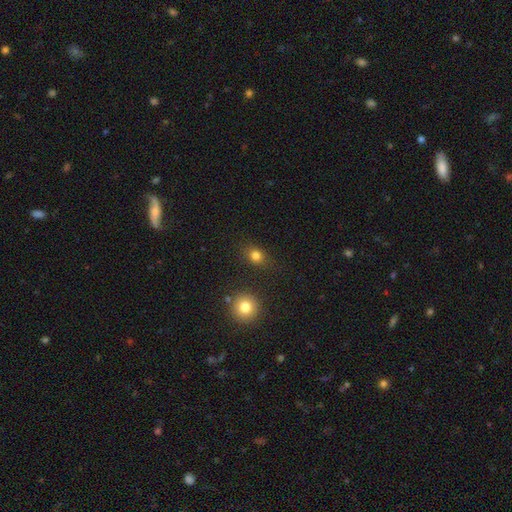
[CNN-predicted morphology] Smooth or featured: smooth — 80% (star or artifact — 14%)
How rounded: round — 58% (in between — 40%)
Merging: none — 82% (minor disturbance — 11%)